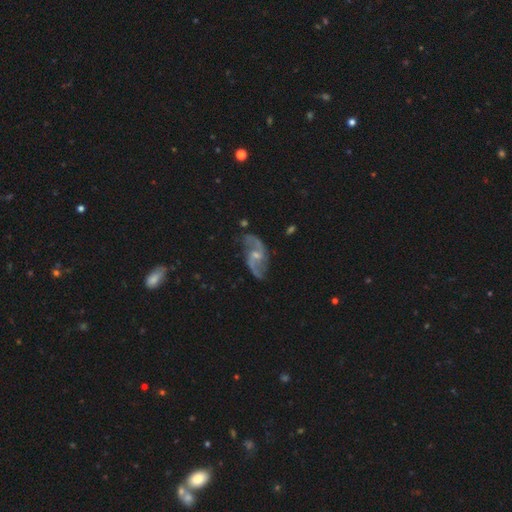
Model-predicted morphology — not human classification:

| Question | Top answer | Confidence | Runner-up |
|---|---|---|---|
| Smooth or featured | featured or disk | 86% | smooth (8%) |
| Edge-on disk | no | 96% | yes (4%) |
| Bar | weak | 47% | no (43%) |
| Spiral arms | yes | 94% | no (6%) |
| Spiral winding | loose | 66% | medium (28%) |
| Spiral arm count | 2 | 92% | can't tell (3%) |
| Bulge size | small | 55% | moderate (36%) |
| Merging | none | 70% | minor disturbance (18%) |